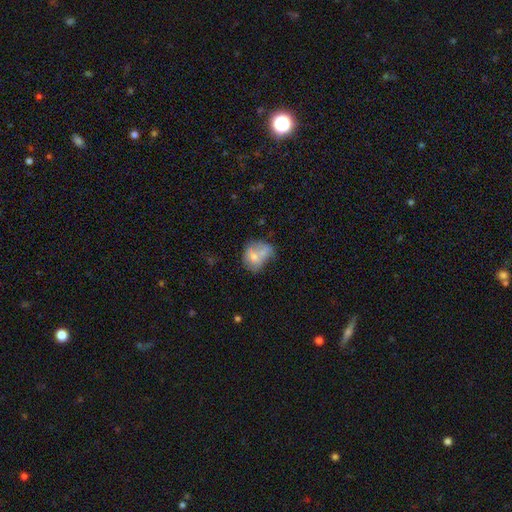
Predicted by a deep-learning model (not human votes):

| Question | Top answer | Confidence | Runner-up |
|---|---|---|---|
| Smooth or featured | smooth | 58% | featured or disk (32%) |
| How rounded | in between | 57% | round (42%) |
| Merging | merger | 37% | none (26%) |